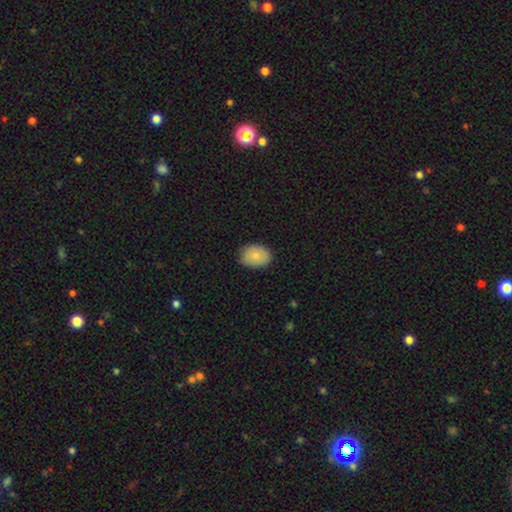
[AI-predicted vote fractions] Smooth or featured: smooth — 80% (featured or disk — 13%)
How rounded: in between — 70% (round — 29%)
Merging: none — 80% (minor disturbance — 17%)